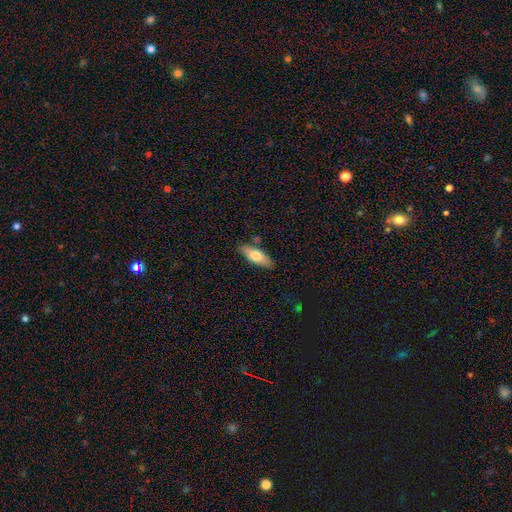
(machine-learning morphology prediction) Smooth or featured: smooth — 72% (featured or disk — 22%)
How rounded: in between — 66% (cigar-shaped — 32%)
Merging: none — 81% (minor disturbance — 13%)